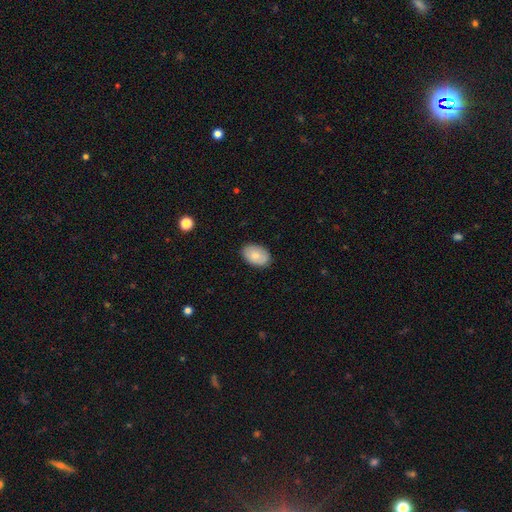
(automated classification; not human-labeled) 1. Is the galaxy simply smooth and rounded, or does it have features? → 77% smooth, 16% featured or disk, 6% star or artifact.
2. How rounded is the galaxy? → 89% in between, 10% round, 1% cigar-shaped.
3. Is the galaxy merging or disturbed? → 86% none, 11% minor disturbance, 2% major disturbance, 1% merger.